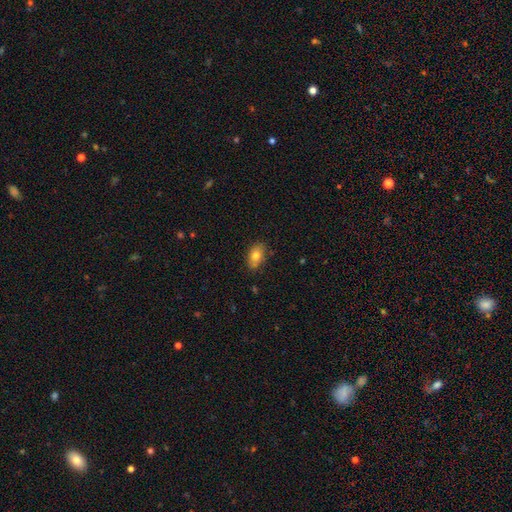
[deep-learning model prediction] Q: Smooth or featured?
A: smooth (78%); runner-up: featured or disk (14%)
Q: How rounded?
A: in between (87%); runner-up: round (10%)
Q: Merging?
A: none (82%); runner-up: minor disturbance (14%)